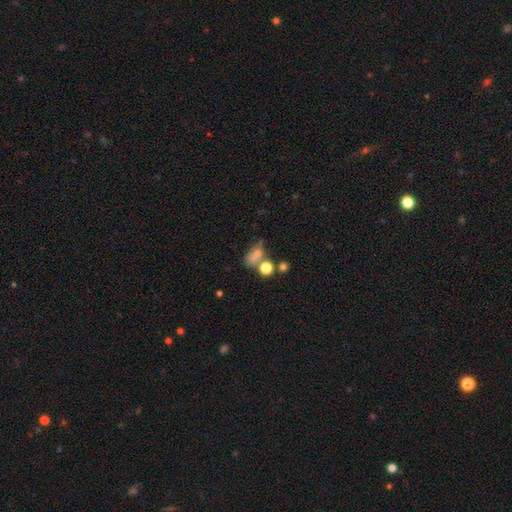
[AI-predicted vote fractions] smooth 66%, star or artifact 18%, featured or disk 16%. Down the decision tree: how rounded — in between (64%); merging — none (36%).